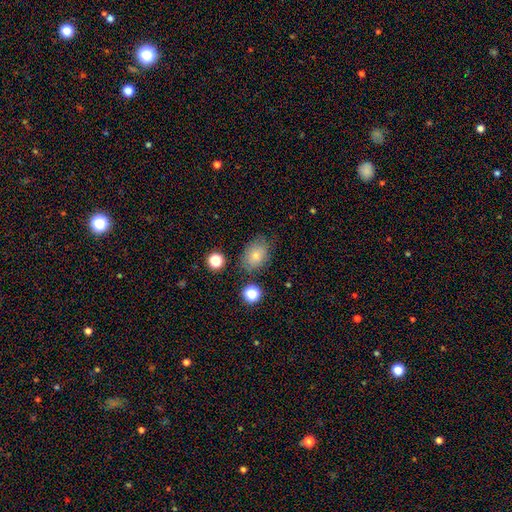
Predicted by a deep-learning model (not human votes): Smooth or featured?
  - smooth: 76% *
  - featured or disk: 13%
  - star or artifact: 12%
How rounded?
  - in between: 72% *
  - round: 27%
  - cigar-shaped: 1%
Merging?
  - none: 73% *
  - minor disturbance: 17%
  - major disturbance: 5%
  - merger: 4%